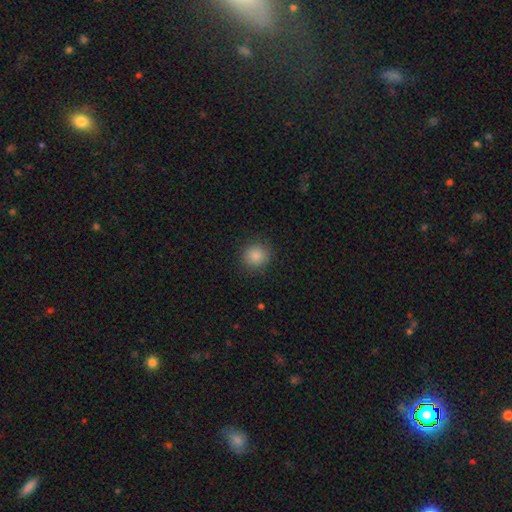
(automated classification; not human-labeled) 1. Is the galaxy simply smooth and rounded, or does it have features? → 86% smooth, 10% star or artifact, 4% featured or disk.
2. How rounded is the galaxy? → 88% round, 11% in between, 1% cigar-shaped.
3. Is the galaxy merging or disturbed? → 88% none, 8% minor disturbance, 3% major disturbance, 1% merger.